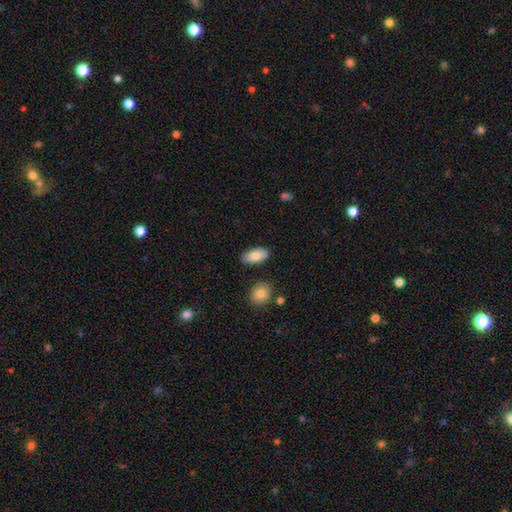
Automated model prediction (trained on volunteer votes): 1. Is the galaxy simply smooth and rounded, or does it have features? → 83% smooth, 11% featured or disk, 6% star or artifact.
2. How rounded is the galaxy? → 93% in between, 4% cigar-shaped, 3% round.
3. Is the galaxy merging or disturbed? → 85% none, 10% minor disturbance, 3% merger, 2% major disturbance.